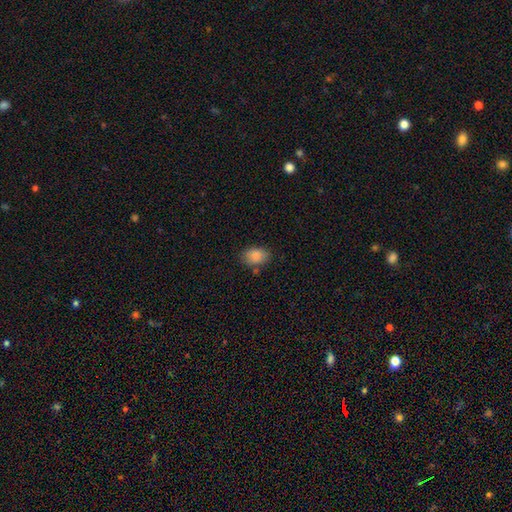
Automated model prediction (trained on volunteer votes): Morphology: type=smooth (87%); roundness=in between (80%); merging=none (77%).